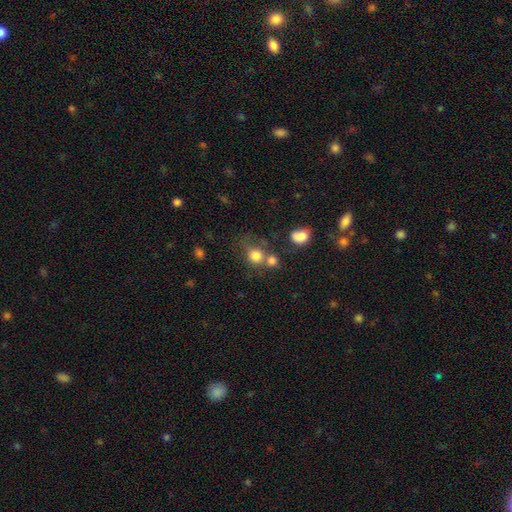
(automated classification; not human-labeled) Smooth or featured: smooth — 79% (star or artifact — 12%)
How rounded: round — 80% (in between — 19%)
Merging: none — 47% (merger — 32%)